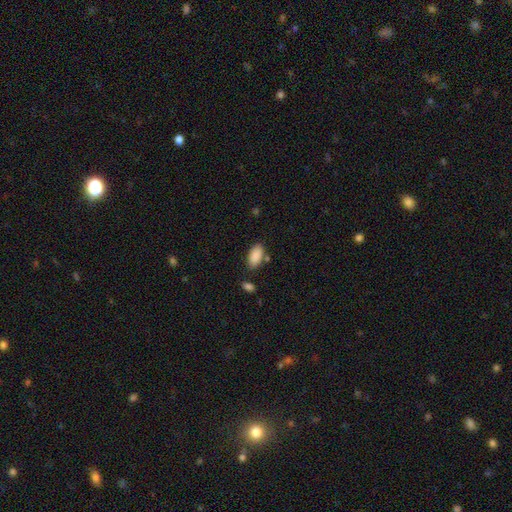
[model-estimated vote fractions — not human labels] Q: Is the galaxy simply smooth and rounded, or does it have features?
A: smooth — 90%.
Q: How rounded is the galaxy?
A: in between — 94%.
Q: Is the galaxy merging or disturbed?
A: none — 77%.